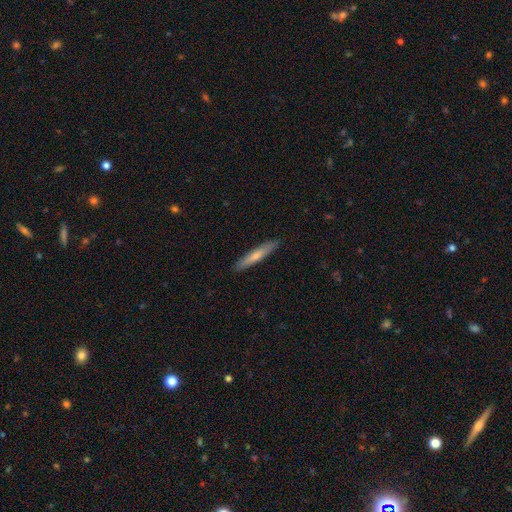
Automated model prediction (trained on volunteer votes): smooth-or-featured: smooth: 65% | featured or disk: 30% | star or artifact: 6%
  how-rounded: cigar-shaped: 93% | in between: 6% | round: 1%
  merging: none: 90% | minor disturbance: 7% | major disturbance: 2% | merger: 1%